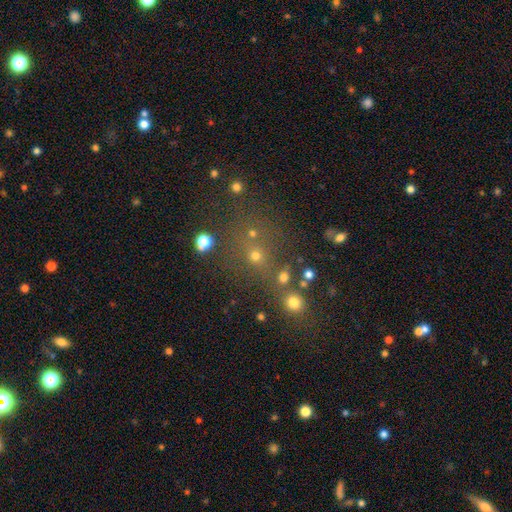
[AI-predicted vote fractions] Smooth or featured: smooth — 53% (star or artifact — 35%)
How rounded: round — 81% (in between — 17%)
Merging: none — 61% (merger — 23%)